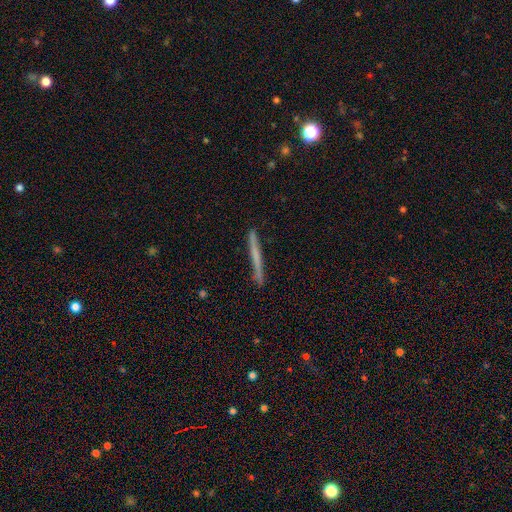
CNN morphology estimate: A smooth galaxy with no disk features (51%) that is cigar-shaped (97%). Merging: none (89%).